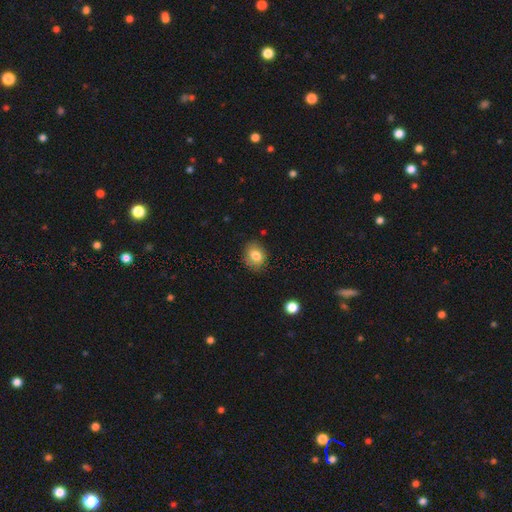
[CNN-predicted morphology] smooth-or-featured: smooth: 81% | featured or disk: 10% | star or artifact: 10%
  how-rounded: in between: 52% | round: 47% | cigar-shaped: 1%
  merging: none: 79% | minor disturbance: 16% | major disturbance: 3% | merger: 2%